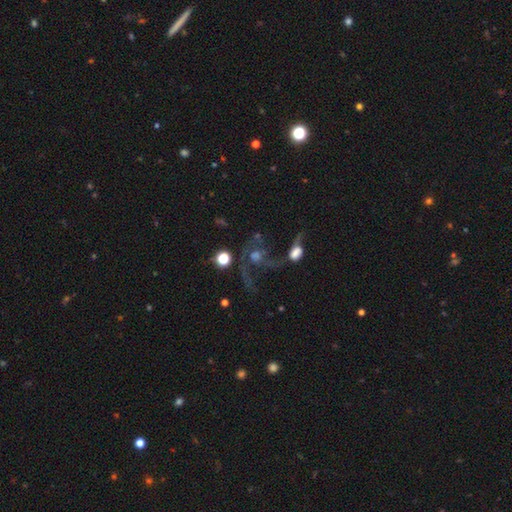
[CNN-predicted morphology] Smooth or featured? Predicted: featured or disk (p=0.57). Edge-on disk? Predicted: no (p=0.95). Bar? Predicted: no (p=0.76). Spiral arms? Predicted: yes (p=0.69). Bulge size? Predicted: moderate (p=0.37). Merging? Predicted: major disturbance (p=0.31).